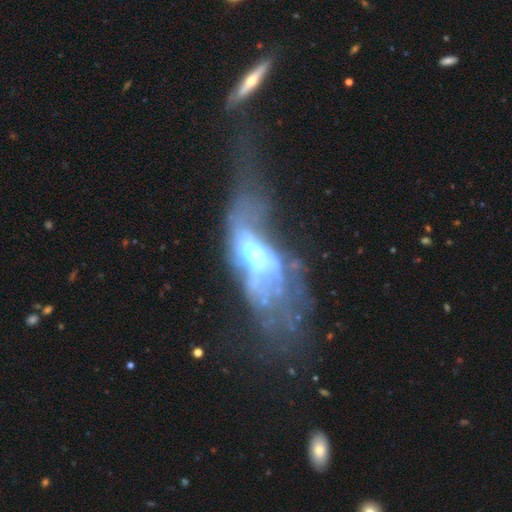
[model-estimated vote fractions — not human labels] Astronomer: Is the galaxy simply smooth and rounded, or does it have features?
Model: featured or disk — 62%.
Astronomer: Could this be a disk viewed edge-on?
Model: no — 86%.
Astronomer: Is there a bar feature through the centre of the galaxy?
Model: no — 63%.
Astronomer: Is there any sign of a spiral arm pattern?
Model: no — 73%.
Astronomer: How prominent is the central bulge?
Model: moderate — 40% (runner-up: large, 37%).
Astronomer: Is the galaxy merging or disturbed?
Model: major disturbance — 52%.